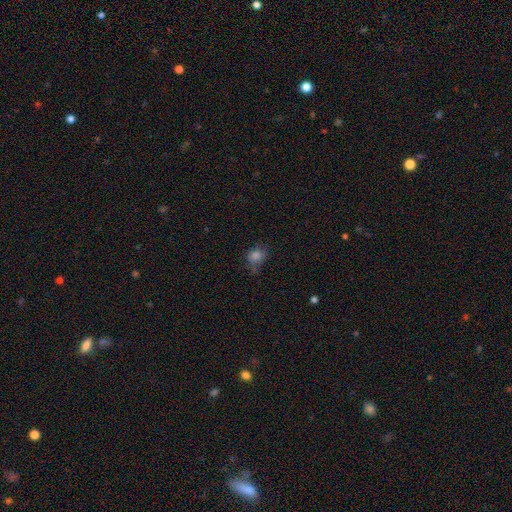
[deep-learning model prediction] smooth_or_featured: smooth (p=0.80) [alt: star or artifact p=0.13]
how_rounded: round (p=0.62) [alt: in between p=0.37]
merging: none (p=0.60) [alt: minor disturbance p=0.26]